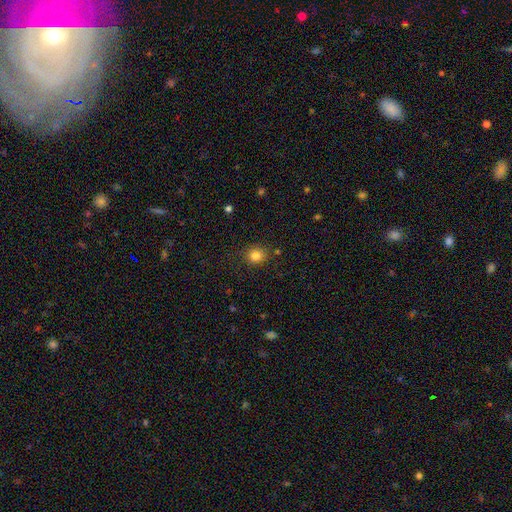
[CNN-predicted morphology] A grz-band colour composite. It shows a smooth galaxy with no disk features (82%) that is round (78%). Merging: none (83%).